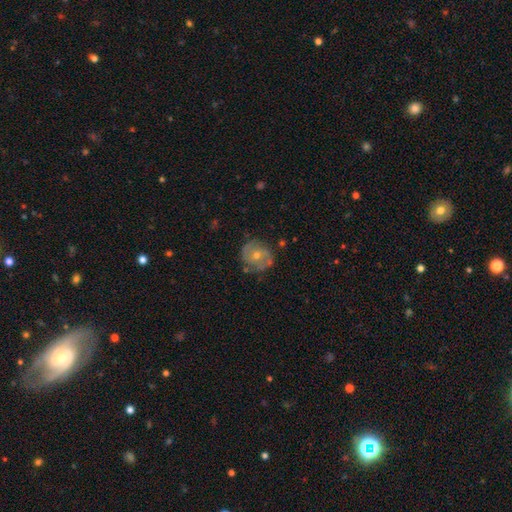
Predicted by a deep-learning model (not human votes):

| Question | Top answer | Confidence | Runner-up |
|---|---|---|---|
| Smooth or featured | featured or disk | 73% | smooth (17%) |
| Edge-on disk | no | 97% | yes (3%) |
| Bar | no | 71% | weak (24%) |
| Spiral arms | yes | 88% | no (12%) |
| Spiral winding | tight | 48% | medium (40%) |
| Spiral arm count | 2 | 59% | can't tell (21%) |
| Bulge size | small | 49% | moderate (47%) |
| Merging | none | 77% | minor disturbance (16%) |